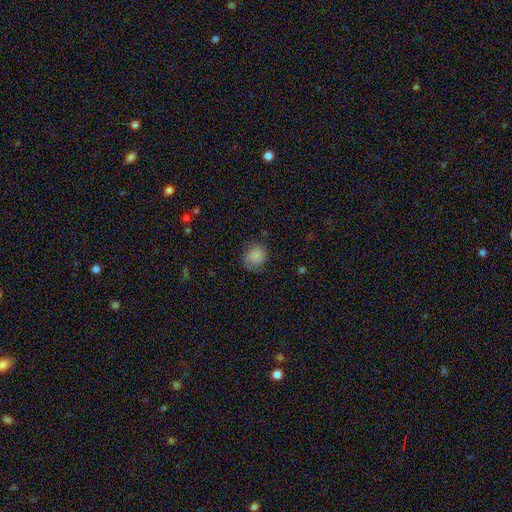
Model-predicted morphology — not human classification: smooth_or_featured: smooth (p=0.81) [alt: featured or disk p=0.10]
how_rounded: round (p=0.78) [alt: in between p=0.21]
merging: none (p=0.68) [alt: minor disturbance p=0.22]